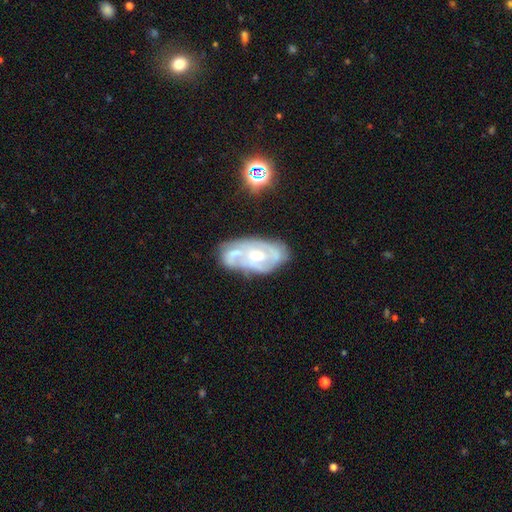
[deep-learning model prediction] Smooth or featured?
  - featured or disk: 80% *
  - smooth: 13%
  - star or artifact: 7%
Edge-on disk?
  - no: 96% *
  - yes: 4%
Bar?
  - no: 65% *
  - weak: 29%
  - strong: 7%
Spiral arms?
  - yes: 87% *
  - no: 13%
Spiral winding?
  - tight: 53% *
  - medium: 37%
  - loose: 10%
Spiral arm count?
  - can't tell: 33% *
  - 3: 27%
  - 2: 26%
  - 4: 7%
  - 1: 4%
  - more than 4: 3%
Bulge size?
  - moderate: 60% *
  - small: 30%
  - large: 6%
  - none: 3%
  - dominant: 1%
Merging?
  - none: 57% *
  - minor disturbance: 24%
  - major disturbance: 10%
  - merger: 9%